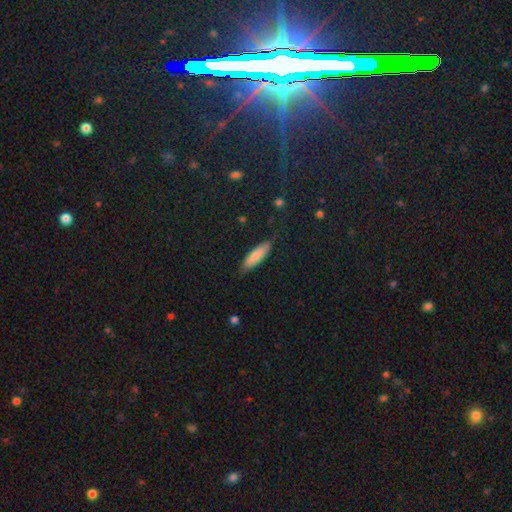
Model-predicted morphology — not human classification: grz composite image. It shows a smooth galaxy with no disk features (83%) that is cigar-shaped (58%). Merging: none (81%).